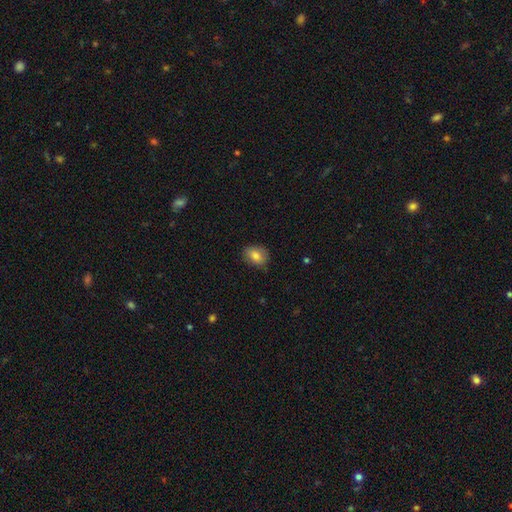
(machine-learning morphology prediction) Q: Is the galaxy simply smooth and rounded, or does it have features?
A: smooth — 81%.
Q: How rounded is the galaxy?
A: in between — 61%.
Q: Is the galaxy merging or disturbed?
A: none — 78%.